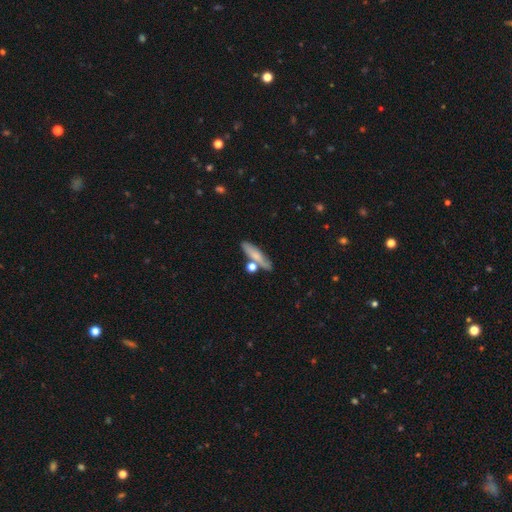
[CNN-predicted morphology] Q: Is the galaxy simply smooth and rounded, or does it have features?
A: smooth — 71%.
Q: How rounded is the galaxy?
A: cigar-shaped — 68%.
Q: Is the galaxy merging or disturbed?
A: none — 69%.